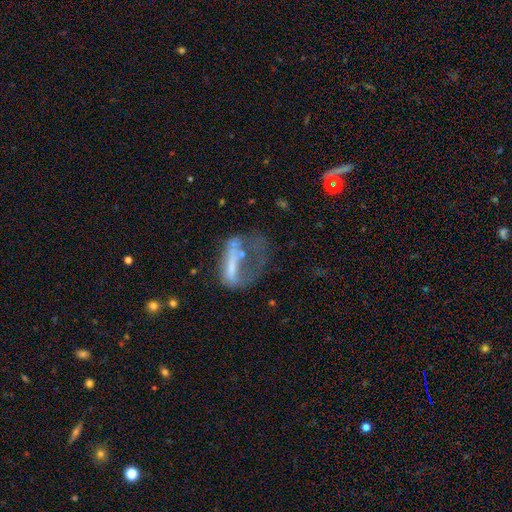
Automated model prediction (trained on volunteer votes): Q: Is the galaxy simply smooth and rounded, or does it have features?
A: featured or disk — 48%.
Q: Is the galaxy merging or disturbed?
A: major disturbance — 51%.